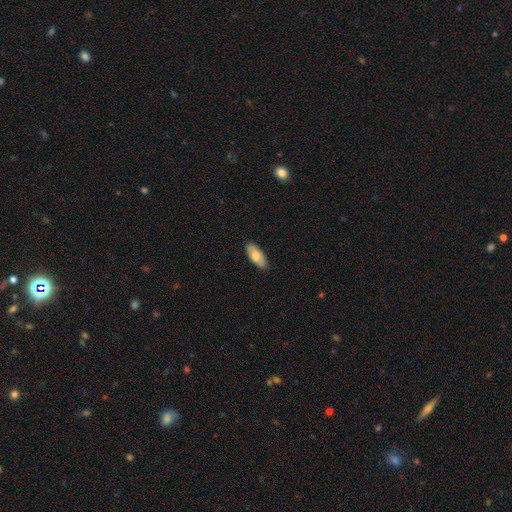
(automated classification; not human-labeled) This is likely a smooth galaxy (66%). How rounded: clearly in between (89%). Merging: clearly none (86%).